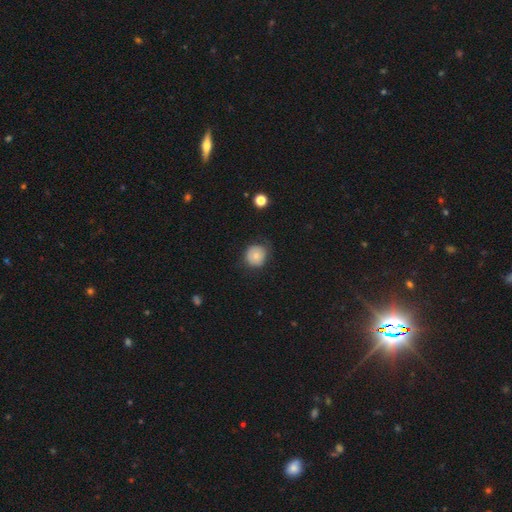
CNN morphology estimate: This appears to be a smooth galaxy with no disk features (76%) that is round (90%). Merging: none (72%).